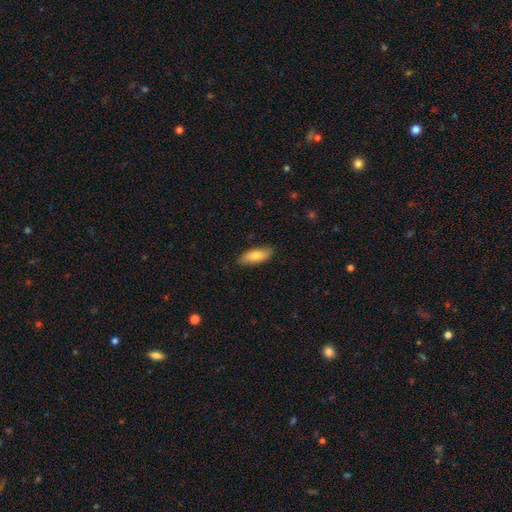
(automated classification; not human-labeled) Smooth or featured: smooth — 80% (featured or disk — 14%)
How rounded: in between — 76% (cigar-shaped — 22%)
Merging: none — 84% (minor disturbance — 13%)